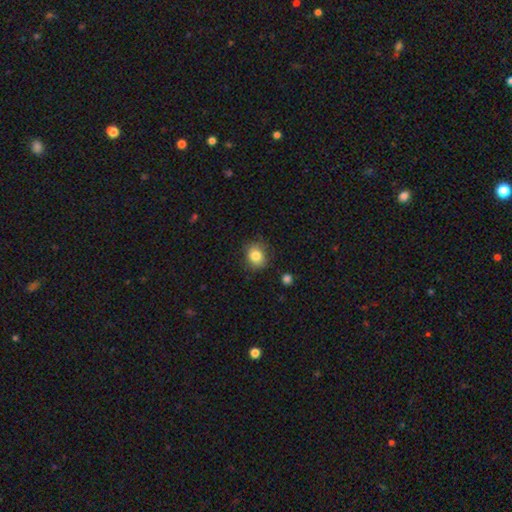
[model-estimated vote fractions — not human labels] This appears to be a smooth galaxy with no disk features (82%) that is round (68%). Merging: none (80%).